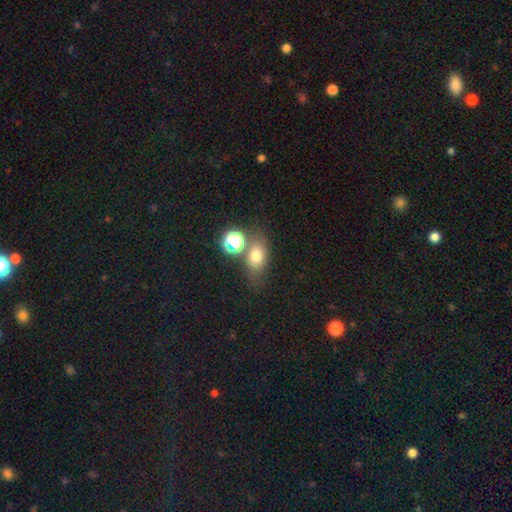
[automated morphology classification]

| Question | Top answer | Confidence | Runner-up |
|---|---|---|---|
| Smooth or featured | smooth | 70% | star or artifact (17%) |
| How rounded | in between | 63% | round (34%) |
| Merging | none | 59% | merger (20%) |